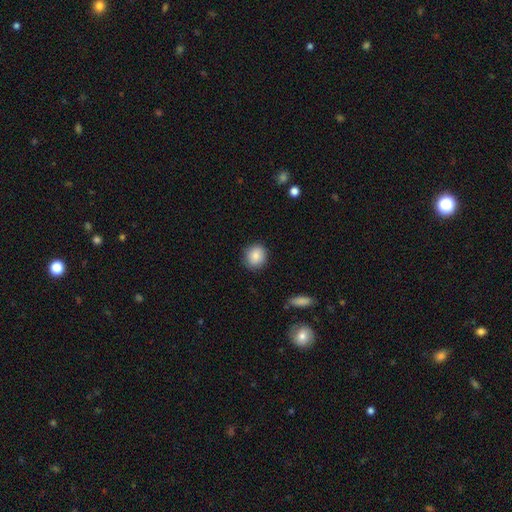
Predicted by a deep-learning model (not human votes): Smooth or featured: smooth — 85% (star or artifact — 8%)
How rounded: round — 86% (in between — 13%)
Merging: none — 87% (minor disturbance — 10%)